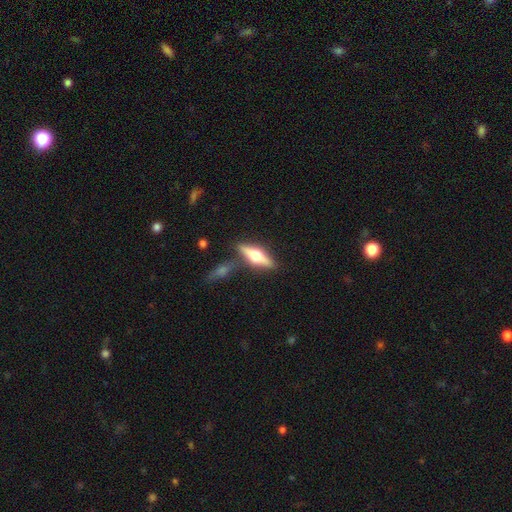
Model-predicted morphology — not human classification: A featured or disk galaxy (63%) viewed edge-on (94%) with a rounded central bulge (96%). Merging: none (77%).